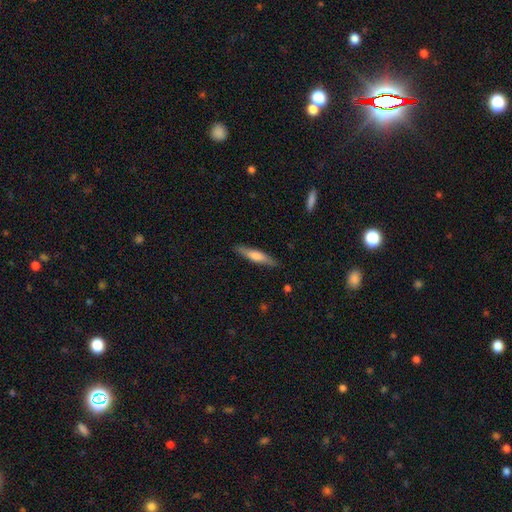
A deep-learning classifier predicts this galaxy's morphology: Smooth or featured? smooth (58%)
How rounded? cigar-shaped (83%)
Merging? none (86%)